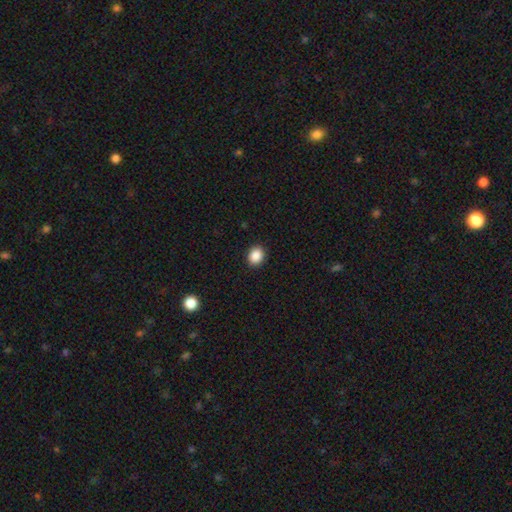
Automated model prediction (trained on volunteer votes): A smooth galaxy with no disk features (88%) that is round (53%). Merging: none (91%).